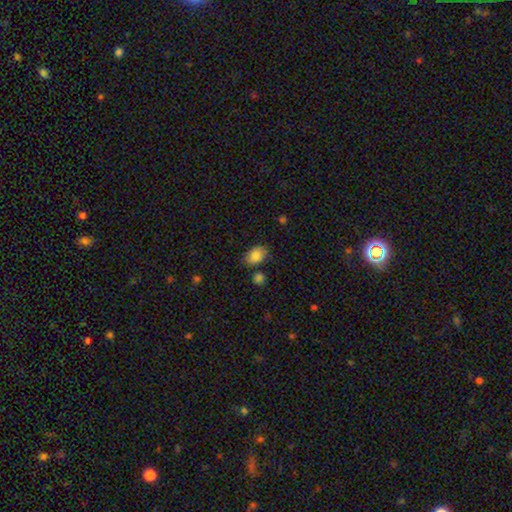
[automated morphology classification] smooth 85%, featured or disk 8%, star or artifact 8%. Down the decision tree: how rounded — in between (85%); merging — none (75%).